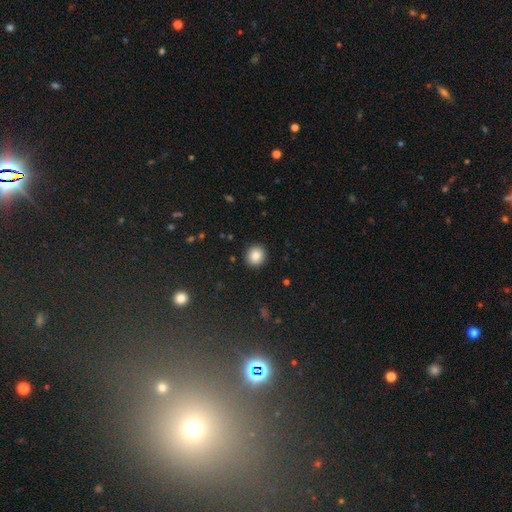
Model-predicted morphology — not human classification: Smooth or featured? Predicted: smooth (p=0.86). How rounded? Predicted: round (p=0.90). Merging? Predicted: none (p=0.92).